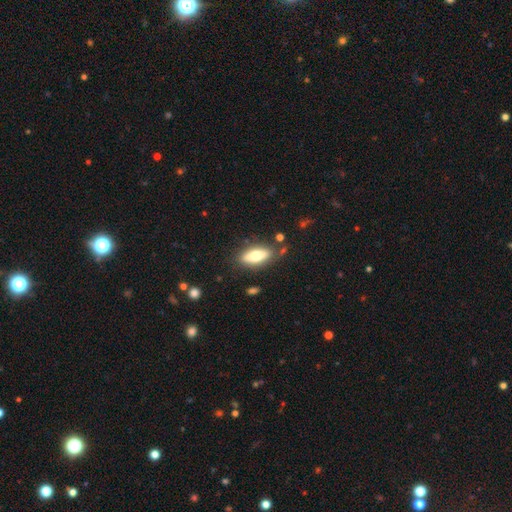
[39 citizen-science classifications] smooth_or_featured: smooth (p=0.64) [alt: featured or disk p=0.33]
how_rounded: in between (p=0.92) [alt: cigar-shaped p=0.08]
merging: none (p=0.82) [alt: minor disturbance p=0.16]